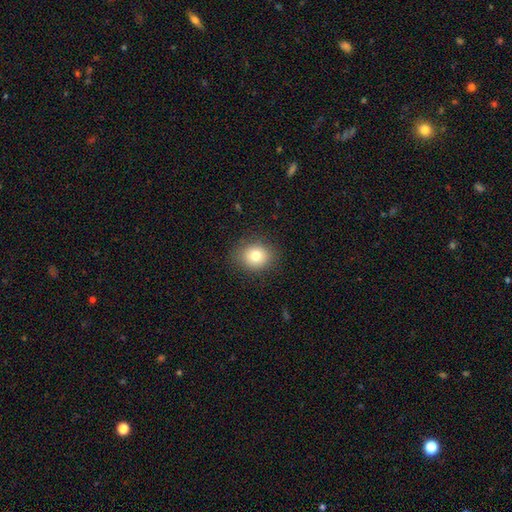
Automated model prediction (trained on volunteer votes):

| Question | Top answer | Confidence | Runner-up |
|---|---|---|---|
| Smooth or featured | smooth | 79% | star or artifact (11%) |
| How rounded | round | 67% | in between (32%) |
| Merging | none | 86% | minor disturbance (9%) |